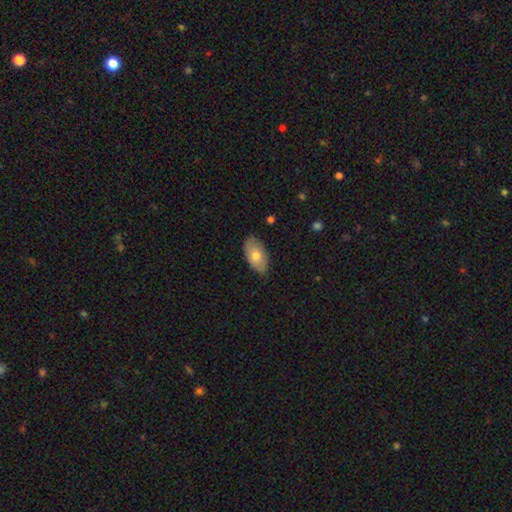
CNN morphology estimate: Smooth or featured: smooth — 71% (featured or disk — 23%)
How rounded: in between — 94% (round — 4%)
Merging: none — 77% (minor disturbance — 19%)